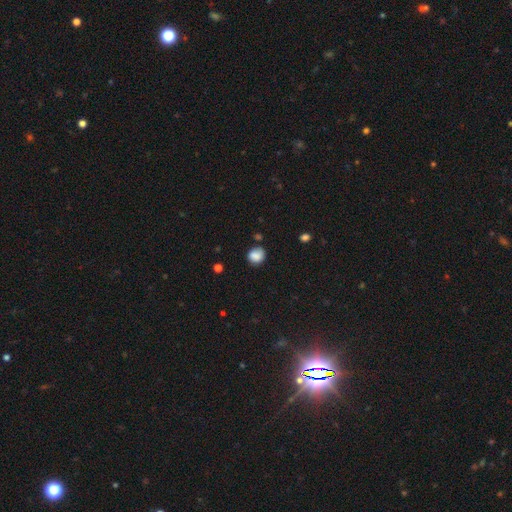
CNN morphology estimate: type=smooth (85%); roundness=round (76%); merging=none (72%).